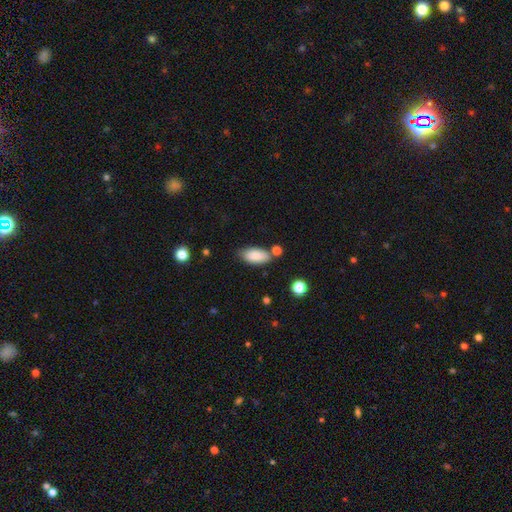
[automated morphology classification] smooth 86%, featured or disk 7%, star or artifact 7%. Down the decision tree: how rounded — in between (89%); merging — none (68%).